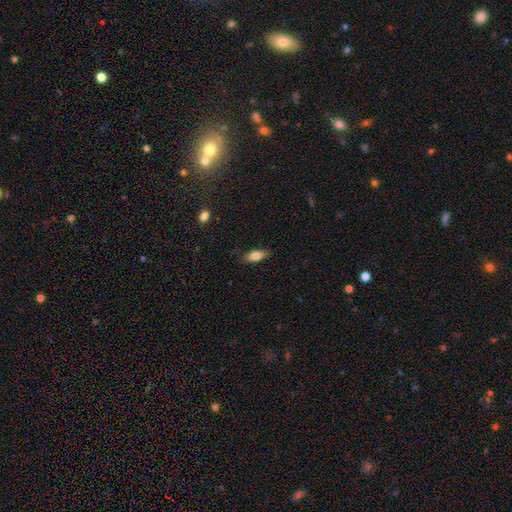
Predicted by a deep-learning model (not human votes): smooth-or-featured: smooth: 77% | featured or disk: 16% | star or artifact: 7%
  how-rounded: in between: 77% | cigar-shaped: 20% | round: 3%
  merging: none: 83% | minor disturbance: 13% | major disturbance: 3% | merger: 1%